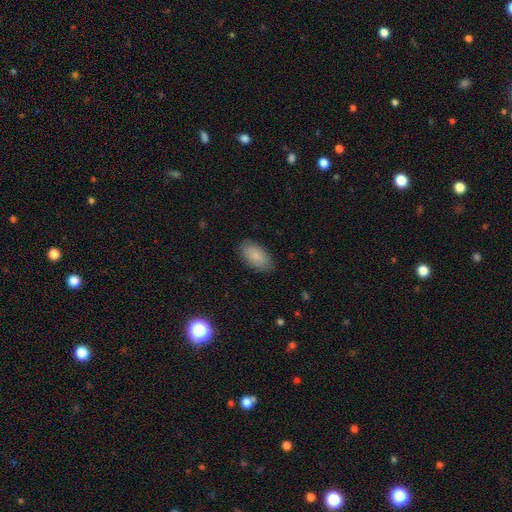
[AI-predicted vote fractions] smooth-or-featured: smooth: 88% | star or artifact: 7% | featured or disk: 6%
  how-rounded: in between: 94% | round: 3% | cigar-shaped: 3%
  merging: none: 86% | minor disturbance: 10% | major disturbance: 3% | merger: 1%